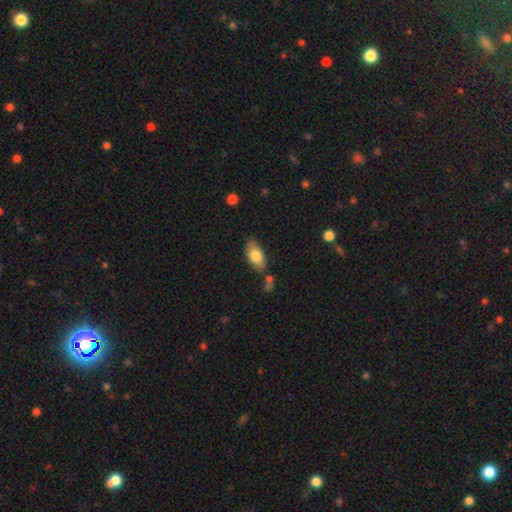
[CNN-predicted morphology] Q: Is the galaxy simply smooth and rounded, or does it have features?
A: smooth — 77%.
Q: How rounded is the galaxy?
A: in between — 89%.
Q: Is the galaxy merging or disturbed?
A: none — 75%.